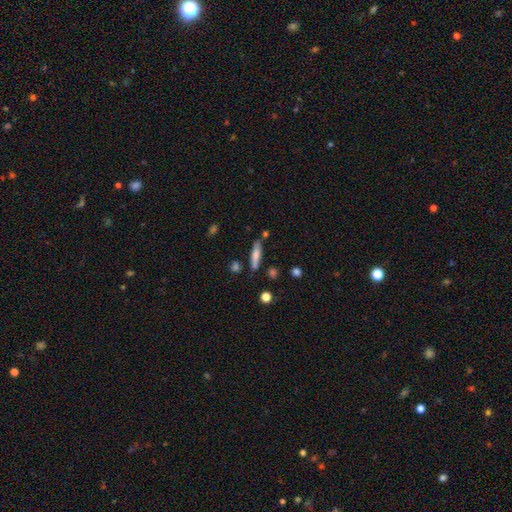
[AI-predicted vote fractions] Smooth or featured?
  - smooth: 69% *
  - featured or disk: 23%
  - star or artifact: 7%
How rounded?
  - cigar-shaped: 79% *
  - in between: 19%
  - round: 2%
Merging?
  - none: 75% *
  - minor disturbance: 15%
  - merger: 6%
  - major disturbance: 4%